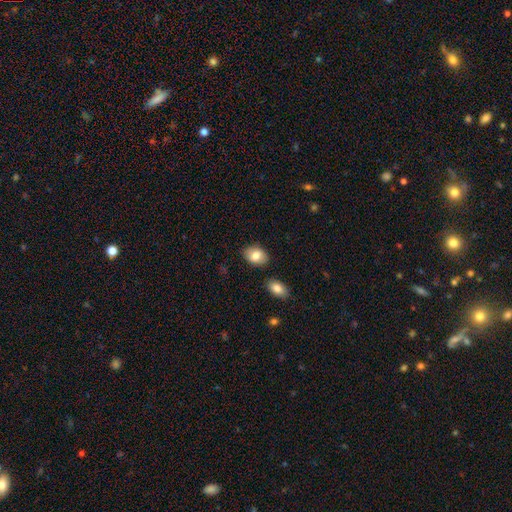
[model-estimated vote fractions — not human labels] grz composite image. It shows a smooth galaxy with no disk features (82%) that is in between round and cigar-shaped (80%). Merging: none (83%).